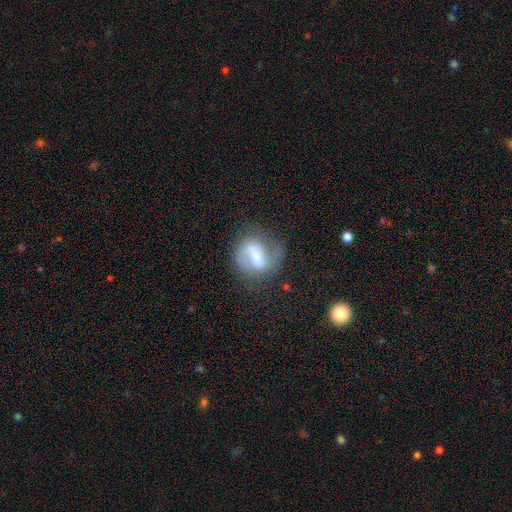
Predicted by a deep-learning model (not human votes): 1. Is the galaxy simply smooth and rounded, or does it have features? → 75% featured or disk, 18% smooth, 7% star or artifact.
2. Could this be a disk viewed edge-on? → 97% no, 3% yes.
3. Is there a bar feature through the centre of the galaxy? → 44% weak, 42% strong, 14% no.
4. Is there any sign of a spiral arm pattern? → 90% yes, 10% no.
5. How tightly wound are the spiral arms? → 45% medium, 41% loose, 15% tight.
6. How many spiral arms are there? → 80% 2, 11% 1, 5% can't tell, 1% 3, 1% 4, 1% more than 4.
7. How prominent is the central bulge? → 35% small, 33% moderate, 18% none, 12% large, 2% dominant.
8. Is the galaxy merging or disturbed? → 65% none, 19% minor disturbance, 14% major disturbance, 2% merger.